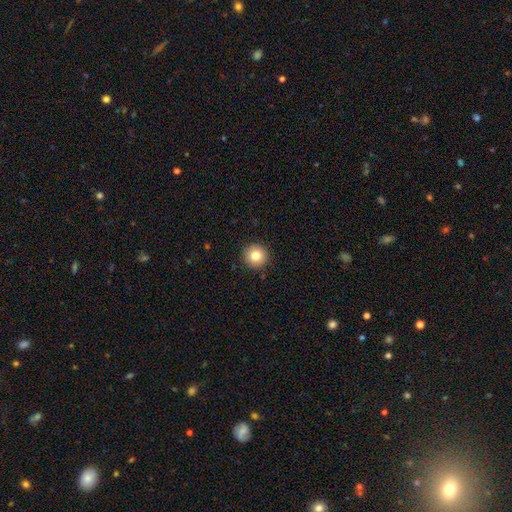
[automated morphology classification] Smooth or featured? smooth (81%)
How rounded? round (95%)
Merging? none (91%)